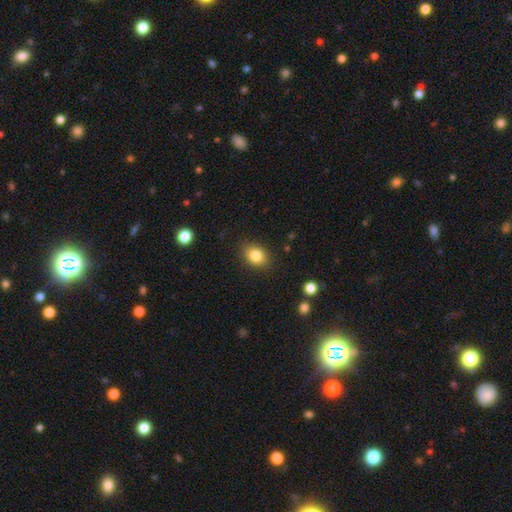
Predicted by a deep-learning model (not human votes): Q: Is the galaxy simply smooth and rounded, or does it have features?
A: smooth — 83%.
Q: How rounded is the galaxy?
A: in between — 66%.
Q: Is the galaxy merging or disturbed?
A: none — 85%.